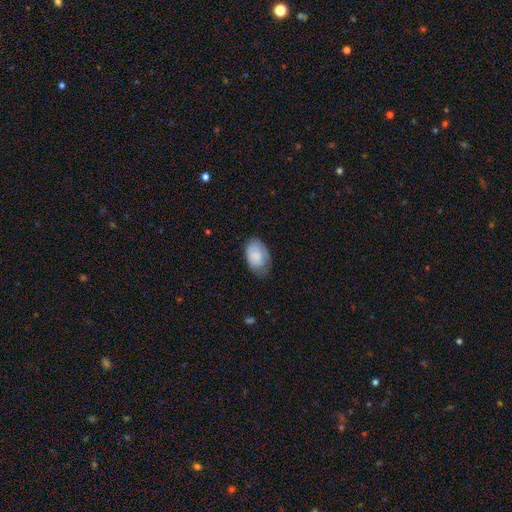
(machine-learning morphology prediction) Overall: smooth (81%). How rounded: in between (91%). Merging: none (61%; minor disturbance 30%).